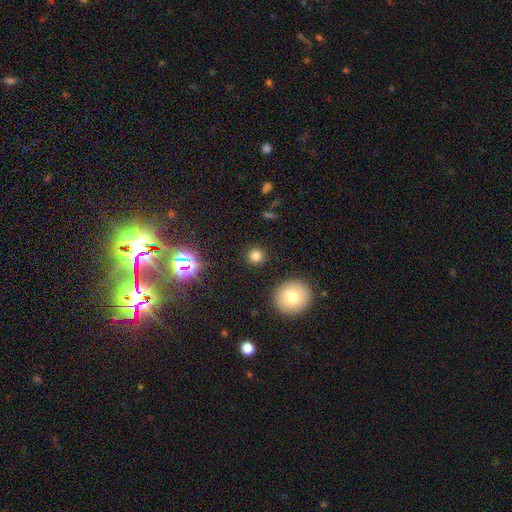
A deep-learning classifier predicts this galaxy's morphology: Smooth or featured: smooth — 78% (star or artifact — 17%)
How rounded: round — 92% (in between — 7%)
Merging: none — 89% (minor disturbance — 6%)